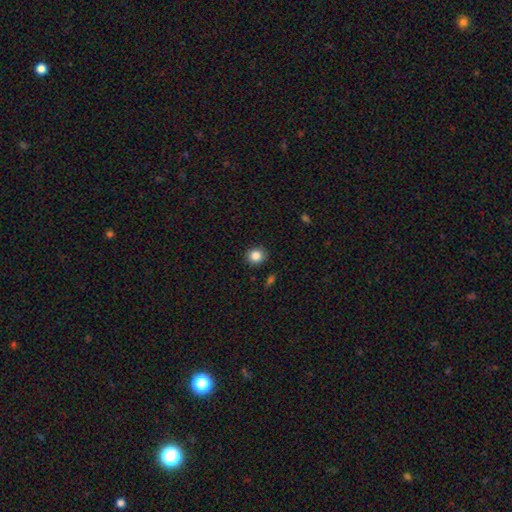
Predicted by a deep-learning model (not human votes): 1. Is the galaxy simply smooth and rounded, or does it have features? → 85% smooth, 10% star or artifact, 5% featured or disk.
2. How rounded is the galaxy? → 84% round, 15% in between, 1% cigar-shaped.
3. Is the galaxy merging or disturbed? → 90% none, 7% minor disturbance, 2% major disturbance, 1% merger.